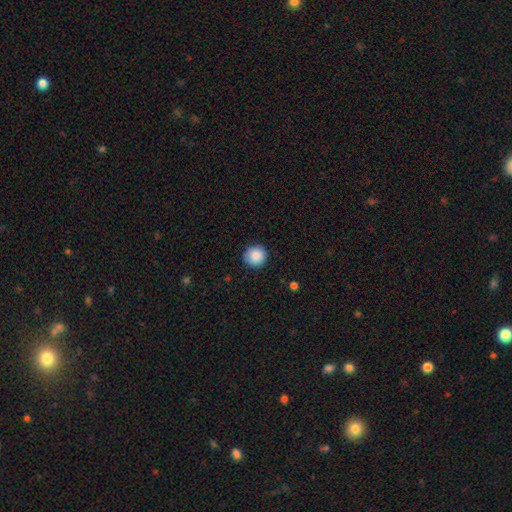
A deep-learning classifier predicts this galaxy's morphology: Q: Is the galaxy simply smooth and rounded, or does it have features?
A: smooth — 87%.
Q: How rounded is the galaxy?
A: round — 93%.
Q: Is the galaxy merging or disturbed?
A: none — 90%.